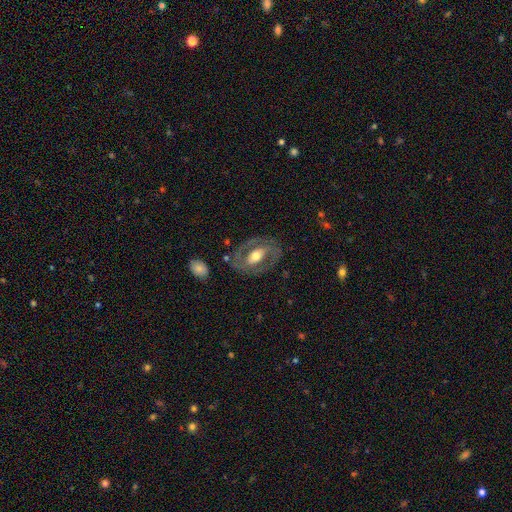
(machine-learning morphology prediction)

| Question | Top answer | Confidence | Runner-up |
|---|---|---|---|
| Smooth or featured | featured or disk | 72% | smooth (23%) |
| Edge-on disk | no | 93% | yes (7%) |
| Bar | strong | 35% | no (34%) |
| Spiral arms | yes | 65% | no (35%) |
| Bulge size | moderate | 66% | large (18%) |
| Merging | none | 75% | minor disturbance (14%) |